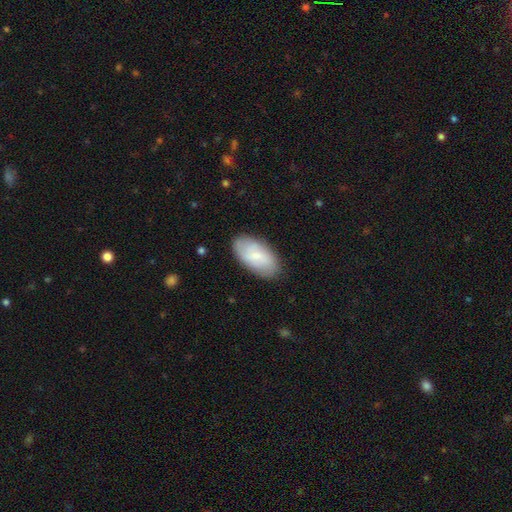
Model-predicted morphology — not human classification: Smooth or featured? Predicted: smooth (p=0.70). How rounded? Predicted: in between (p=0.95). Merging? Predicted: none (p=0.84).